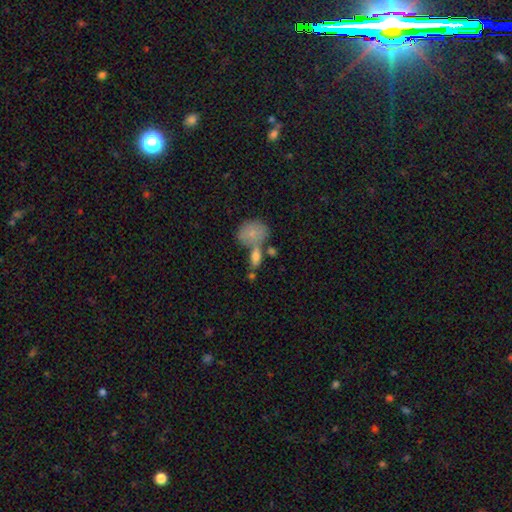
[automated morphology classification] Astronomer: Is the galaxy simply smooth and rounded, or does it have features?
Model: smooth — 74%.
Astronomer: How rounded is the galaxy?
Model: in between — 77%.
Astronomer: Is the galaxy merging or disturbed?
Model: none — 41%, tied with merger at 41%.